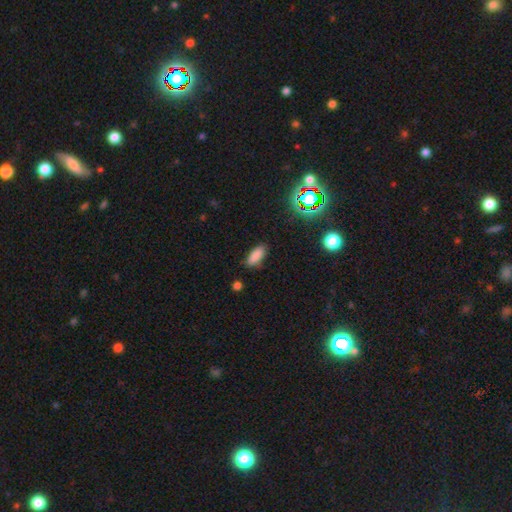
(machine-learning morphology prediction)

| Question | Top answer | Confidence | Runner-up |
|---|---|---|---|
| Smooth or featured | smooth | 84% | star or artifact (11%) |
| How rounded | in between | 82% | cigar-shaped (15%) |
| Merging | none | 83% | minor disturbance (13%) |